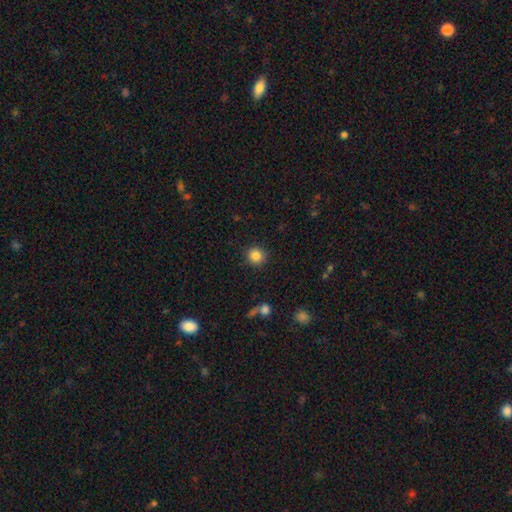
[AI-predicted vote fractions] smooth-or-featured: smooth: 85% | star or artifact: 10% | featured or disk: 5%
  how-rounded: round: 92% | in between: 7% | cigar-shaped: 1%
  merging: none: 91% | minor disturbance: 6% | major disturbance: 2% | merger: 1%